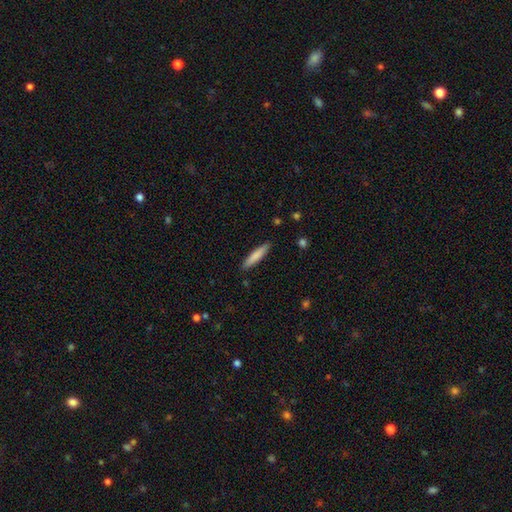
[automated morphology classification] Q: Smooth or featured?
A: smooth (79%); runner-up: featured or disk (15%)
Q: How rounded?
A: cigar-shaped (88%); runner-up: in between (10%)
Q: Merging?
A: none (90%); runner-up: minor disturbance (8%)